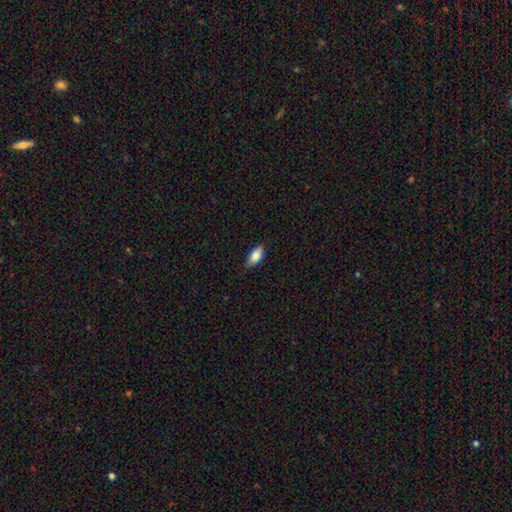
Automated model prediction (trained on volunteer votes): This is clearly a smooth galaxy (83%). How rounded: clearly in between (88%). Merging: clearly none (80%).